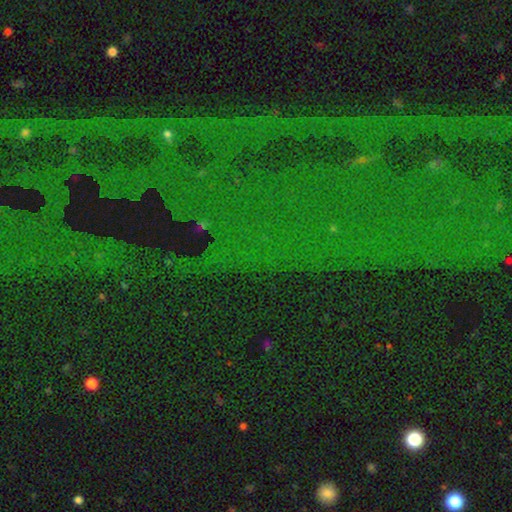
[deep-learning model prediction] Smooth or featured? star or artifact (84%)